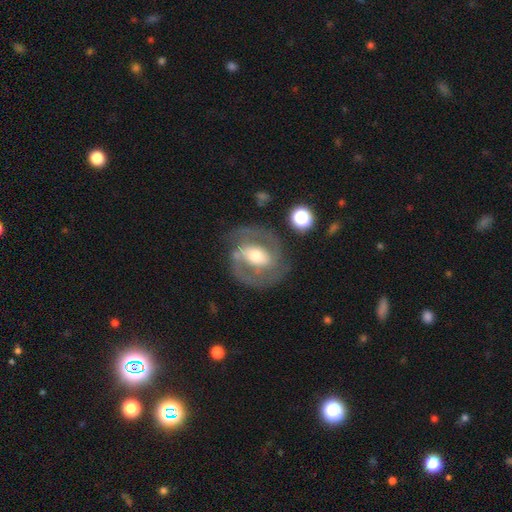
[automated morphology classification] The model was most divided on "bar": strong: 39%, weak: 38%, no: 23%. More confident: edge-on disk — no (97%); spiral arm count — 2 (87%); spiral arms — yes (85%); smooth or featured — featured or disk (81%); merging — none (73%); bulge size — moderate (64%); spiral winding — medium (52%).